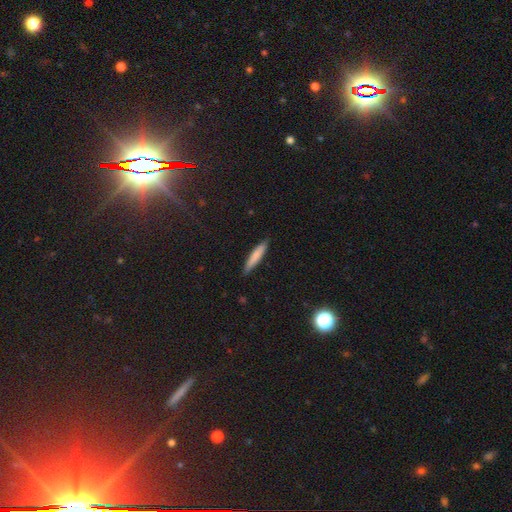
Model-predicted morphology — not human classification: A smooth galaxy with no disk features (77%) that is cigar-shaped (90%). Merging: none (88%).